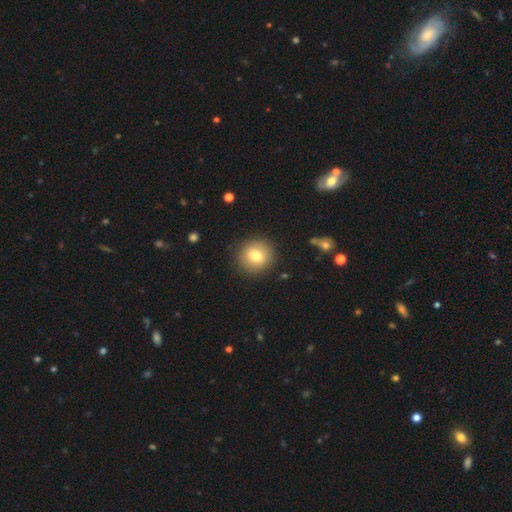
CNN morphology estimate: smooth 78%, featured or disk 13%, star or artifact 9%. Down the decision tree: how rounded — round (89%); merging — none (88%).